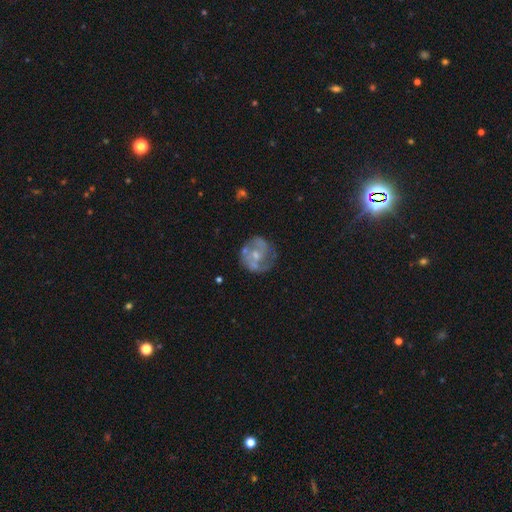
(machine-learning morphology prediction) Smooth or featured: featured or disk — 69% (smooth — 23%)
Edge-on disk: no — 98% (yes — 2%)
Bar: no — 65% (weak — 29%)
Spiral arms: yes — 68% (no — 32%)
Bulge size: small — 47% (moderate — 41%)
Merging: none — 60% (minor disturbance — 21%)